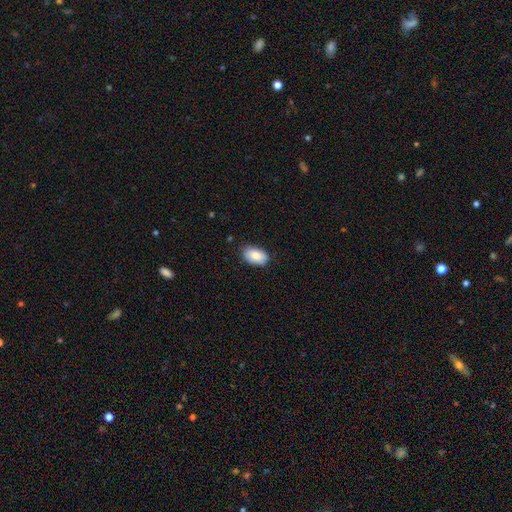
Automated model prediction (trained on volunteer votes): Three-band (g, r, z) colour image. It shows a smooth galaxy with no disk features (83%) that is in between round and cigar-shaped (93%). Merging: none (81%).